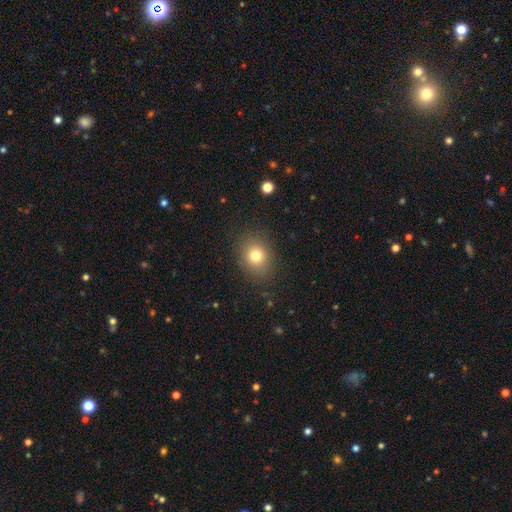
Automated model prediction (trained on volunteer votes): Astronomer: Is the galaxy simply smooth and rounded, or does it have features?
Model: smooth — 77%.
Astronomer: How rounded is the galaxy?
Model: round — 61% (runner-up: in between, 38%).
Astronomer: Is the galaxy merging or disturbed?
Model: none — 85%.